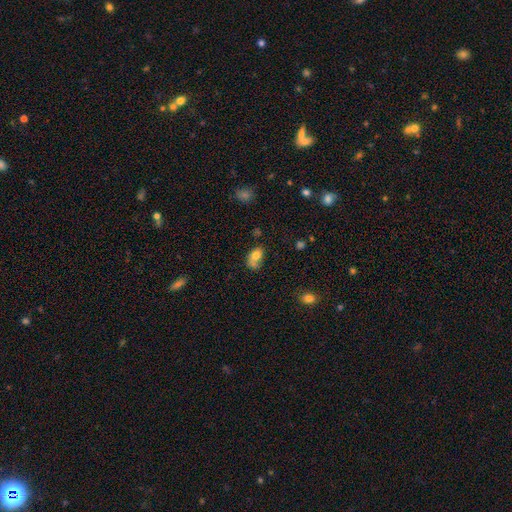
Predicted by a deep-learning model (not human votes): smooth 75%, featured or disk 15%, star or artifact 10%. Down the decision tree: how rounded — in between (77%); merging — none (36%).